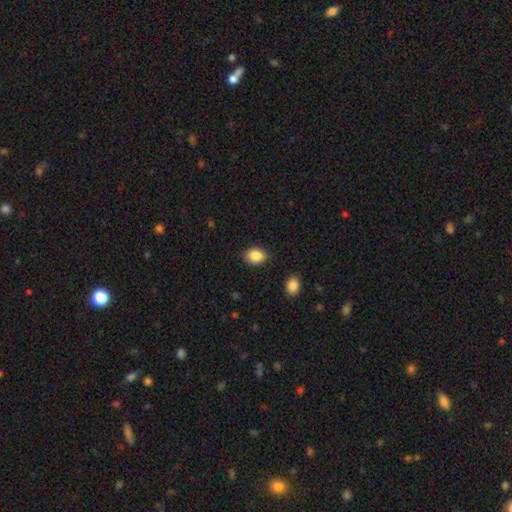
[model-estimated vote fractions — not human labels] This is clearly a smooth galaxy (88%). How rounded: likely in between (70%). Merging: clearly none (85%).